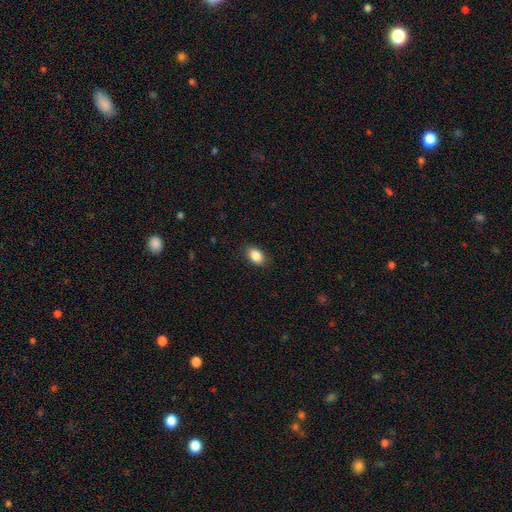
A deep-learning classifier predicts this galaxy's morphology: smooth 88%, star or artifact 8%, featured or disk 4%. Down the decision tree: how rounded — in between (86%); merging — none (87%).